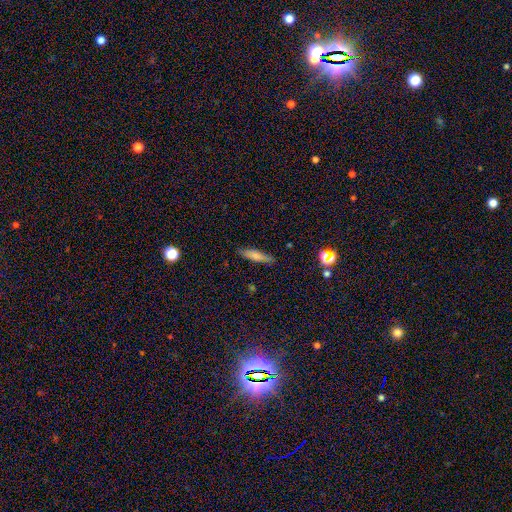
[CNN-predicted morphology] A smooth galaxy with no disk features (71%) that is cigar-shaped (72%).

Vote fractions:
- Smooth or featured? smooth: 71% / featured or disk: 21% / star or artifact: 8%
- How rounded? cigar-shaped: 72% / in between: 26% / round: 2%
- Merging? none: 84% / minor disturbance: 12% / major disturbance: 2% / merger: 1%